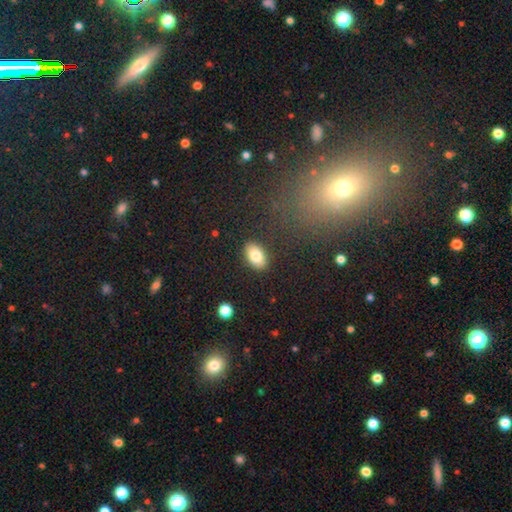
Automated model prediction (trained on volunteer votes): Smooth or featured?
  - smooth: 81% *
  - featured or disk: 11%
  - star or artifact: 8%
How rounded?
  - in between: 91% *
  - round: 7%
  - cigar-shaped: 2%
Merging?
  - none: 88% *
  - minor disturbance: 8%
  - major disturbance: 2%
  - merger: 1%